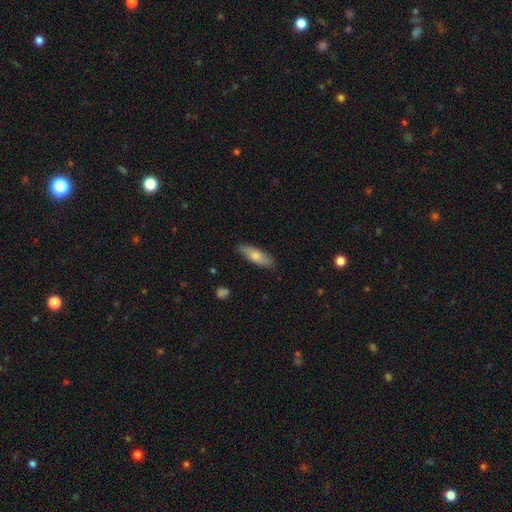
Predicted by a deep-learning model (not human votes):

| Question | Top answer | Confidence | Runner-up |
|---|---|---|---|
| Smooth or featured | smooth | 75% | featured or disk (19%) |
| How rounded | in between | 55% | cigar-shaped (43%) |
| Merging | none | 86% | minor disturbance (11%) |